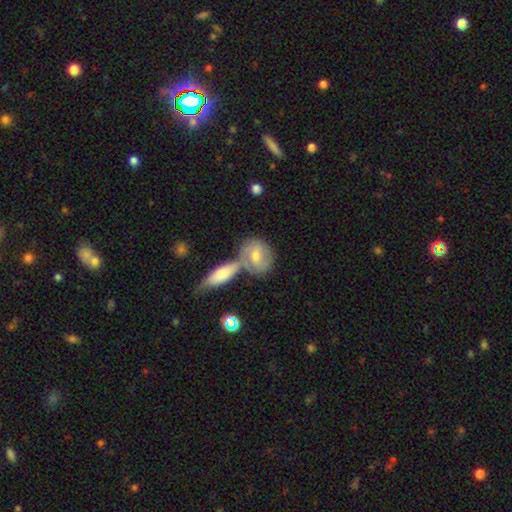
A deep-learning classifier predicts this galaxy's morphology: Q: Smooth or featured?
A: smooth (51%); runner-up: featured or disk (42%)
Q: How rounded?
A: in between (47%); runner-up: round (45%)
Q: Merging?
A: merger (43%); runner-up: none (39%)